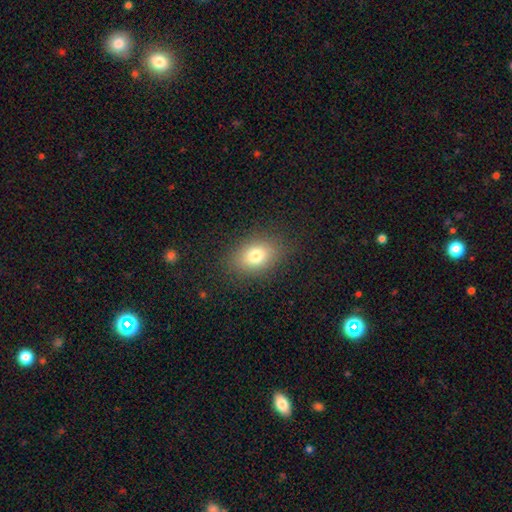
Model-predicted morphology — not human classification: Smooth or featured: smooth — 77% (featured or disk — 12%)
How rounded: in between — 75% (round — 23%)
Merging: none — 84% (minor disturbance — 10%)